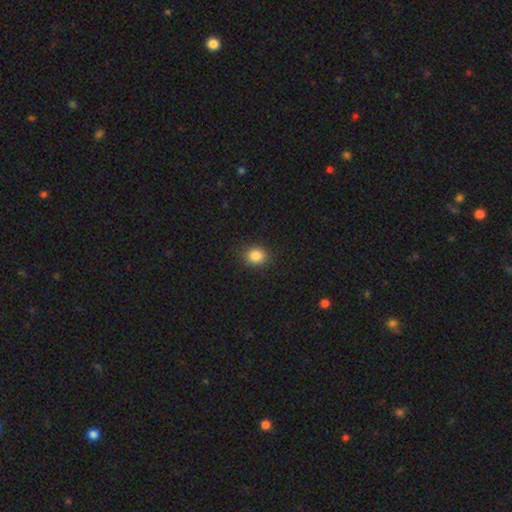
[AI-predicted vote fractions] Morphology: type=smooth (86%); roundness=round (73%); merging=none (88%).